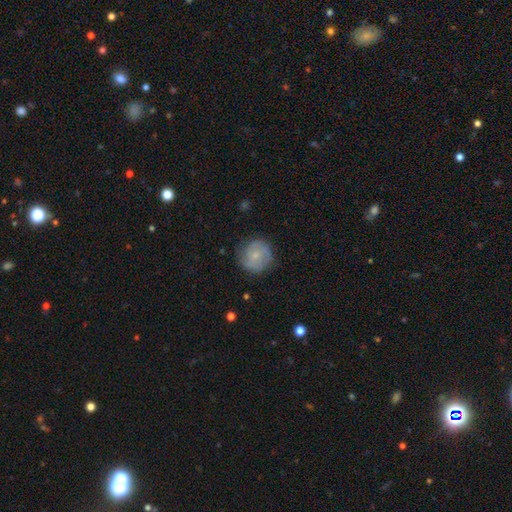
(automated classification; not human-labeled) smooth 52%, featured or disk 40%, star or artifact 8%. Down the decision tree: how rounded — round (92%); merging — none (78%).